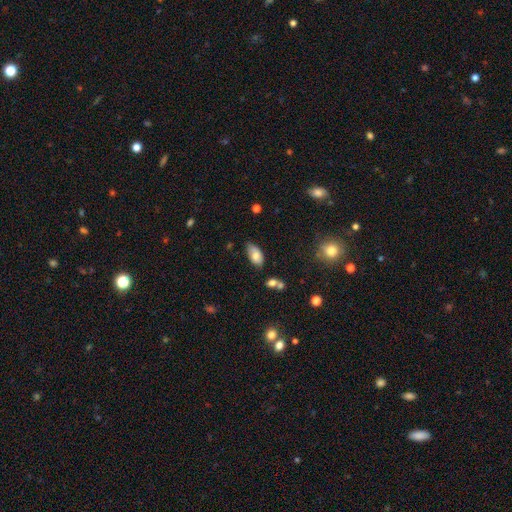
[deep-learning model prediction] This appears to be a smooth galaxy with no disk features (74%) that is in between round and cigar-shaped (93%). Merging: none (60%).